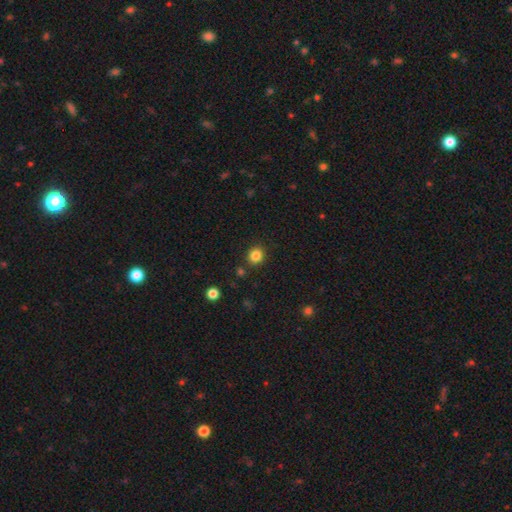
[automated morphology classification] This appears to be a smooth galaxy with no disk features (84%) that is round (81%). Merging: none (88%).